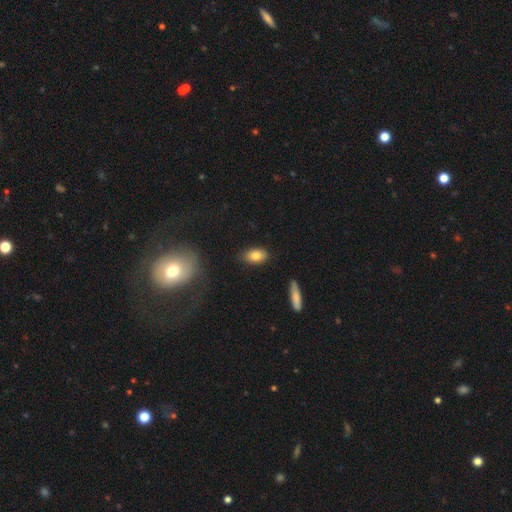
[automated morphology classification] This is clearly a smooth galaxy (82%). How rounded: clearly in between (89%). Merging: clearly none (83%).